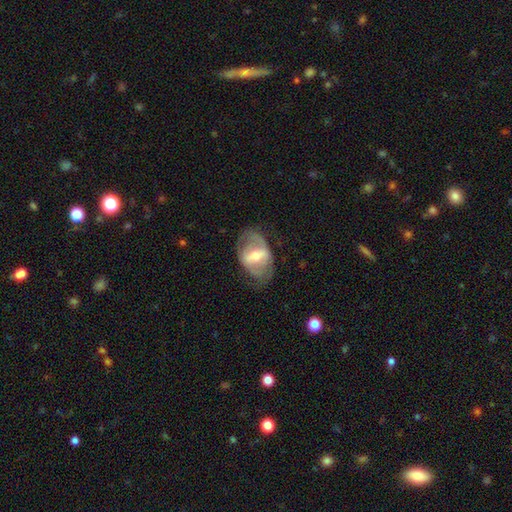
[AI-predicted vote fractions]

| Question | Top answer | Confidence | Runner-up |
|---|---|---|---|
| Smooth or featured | featured or disk | 69% | smooth (24%) |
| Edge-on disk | no | 92% | yes (8%) |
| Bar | strong | 55% | weak (33%) |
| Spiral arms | no | 50% | tied: yes (50%) |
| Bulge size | moderate | 56% | small (36%) |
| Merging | none | 62% | minor disturbance (21%) |